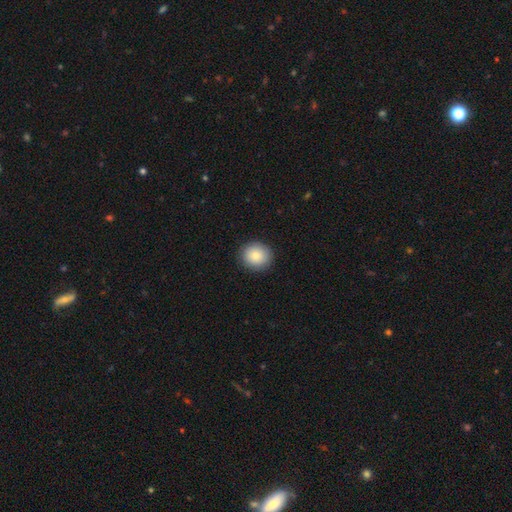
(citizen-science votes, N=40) Overall: smooth (85%). How rounded: round (71%). Merging: none (89%).